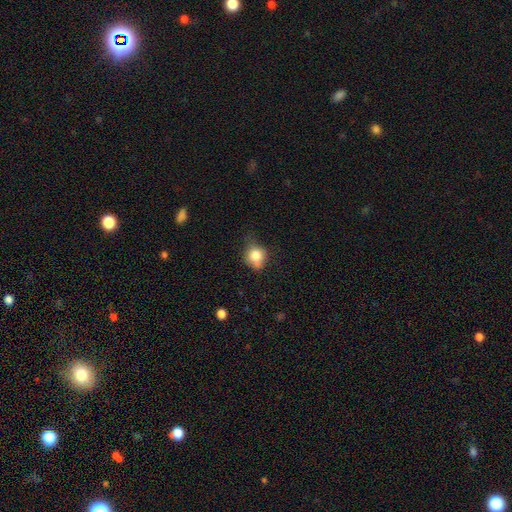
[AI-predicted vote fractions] Smooth or featured: smooth — 78% (featured or disk — 12%)
How rounded: round — 68% (in between — 31%)
Merging: none — 50% (minor disturbance — 36%)